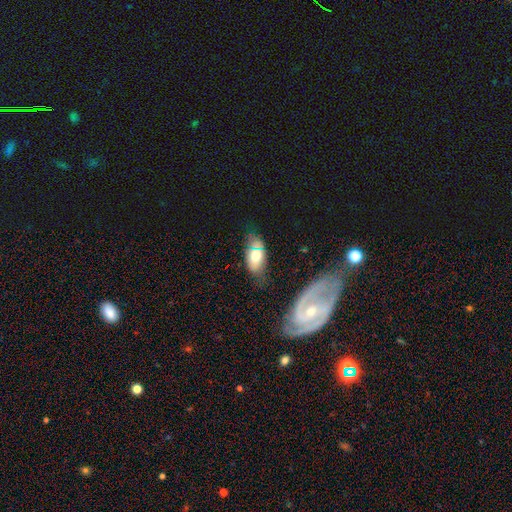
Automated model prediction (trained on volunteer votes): Smooth or featured?
  - smooth: 60% *
  - featured or disk: 31%
  - star or artifact: 9%
How rounded?
  - in between: 89% *
  - round: 6%
  - cigar-shaped: 5%
Merging?
  - none: 63% *
  - minor disturbance: 24%
  - major disturbance: 8%
  - merger: 5%